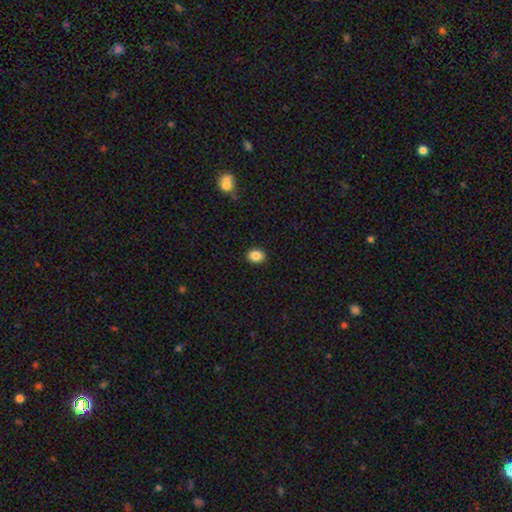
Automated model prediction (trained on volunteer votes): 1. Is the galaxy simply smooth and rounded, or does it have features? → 87% smooth, 9% star or artifact, 4% featured or disk.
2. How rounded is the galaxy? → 55% in between, 44% round, 1% cigar-shaped.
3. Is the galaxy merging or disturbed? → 90% none, 7% minor disturbance, 2% major disturbance, 1% merger.